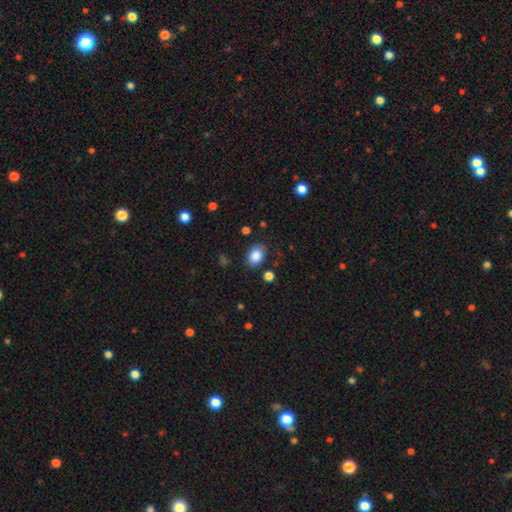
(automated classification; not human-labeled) The model was most divided on "how rounded": in between: 76%, round: 23%, cigar-shaped: 1%. More confident: smooth or featured — smooth (87%); merging — none (80%).